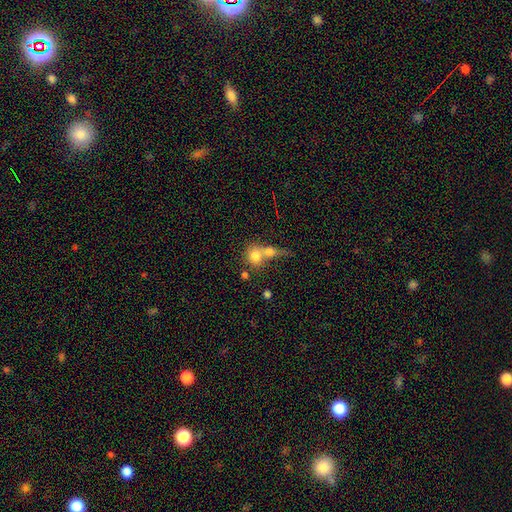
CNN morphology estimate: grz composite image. It shows a smooth galaxy with no disk features (76%) that is round (65%). Merging: merger (64%).